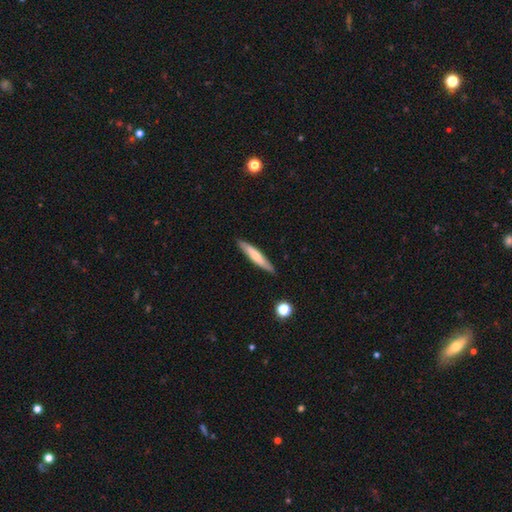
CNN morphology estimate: smooth 57%, featured or disk 37%, star or artifact 6%. Down the decision tree: how rounded — cigar-shaped (91%); merging — none (88%).